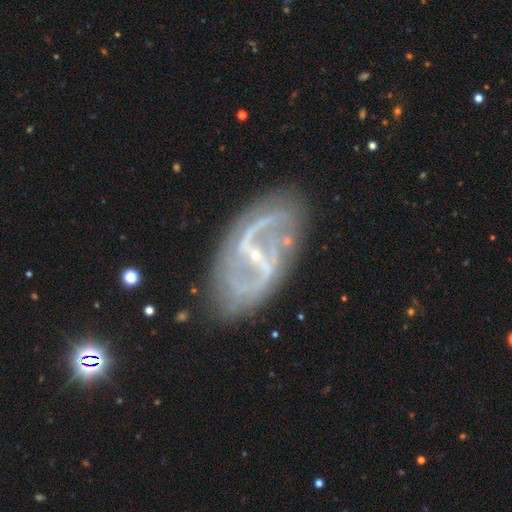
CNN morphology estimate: Smooth or featured?
  - featured or disk: 90% *
  - star or artifact: 6%
  - smooth: 4%
Edge-on disk?
  - no: 96% *
  - yes: 4%
Bar?
  - strong: 46% *
  - weak: 37%
  - no: 17%
Spiral arms?
  - yes: 94% *
  - no: 6%
Spiral winding?
  - loose: 47% *
  - medium: 38%
  - tight: 15%
Spiral arm count?
  - 2: 85% *
  - can't tell: 6%
  - 3: 3%
  - 1: 2%
  - 4: 2%
  - more than 4: 2%
Bulge size?
  - small: 85% *
  - moderate: 9%
  - none: 4%
  - large: 1%
  - dominant: 1%
Merging?
  - none: 75% *
  - minor disturbance: 16%
  - major disturbance: 7%
  - merger: 2%